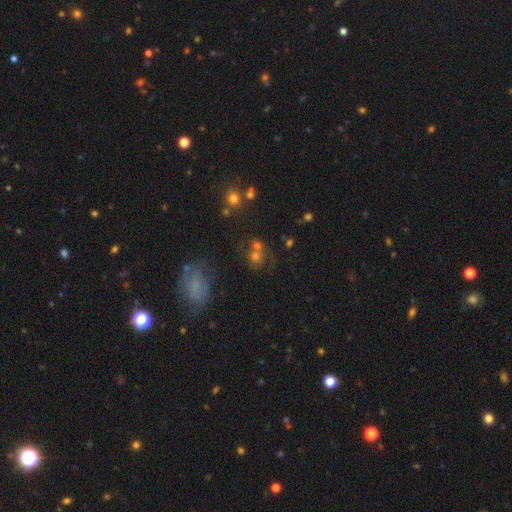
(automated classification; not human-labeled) Smooth or featured? Predicted: smooth (p=0.54). How rounded? Predicted: round (p=0.67). Merging? Predicted: none (p=0.49).